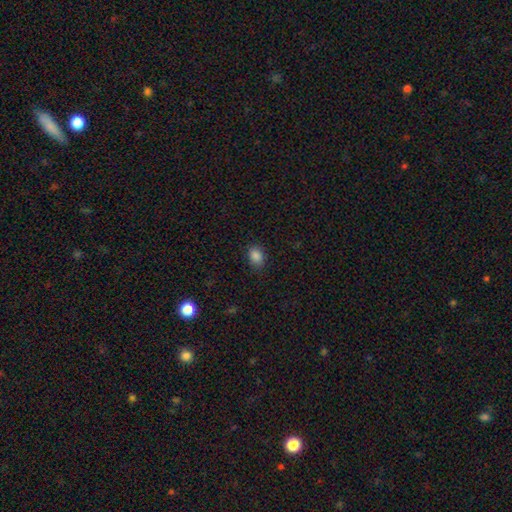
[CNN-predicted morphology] Q: Smooth or featured?
A: smooth (86%); runner-up: star or artifact (10%)
Q: How rounded?
A: in between (72%); runner-up: round (26%)
Q: Merging?
A: none (84%); runner-up: minor disturbance (13%)